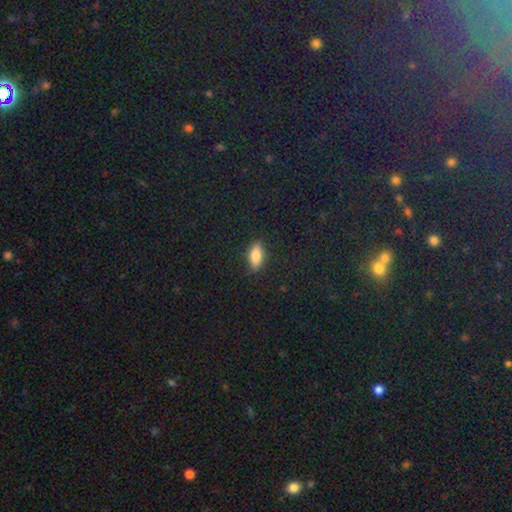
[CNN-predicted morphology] Smooth or featured?
  - smooth: 78% *
  - featured or disk: 13%
  - star or artifact: 9%
How rounded?
  - in between: 79% *
  - cigar-shaped: 17%
  - round: 4%
Merging?
  - none: 85% *
  - minor disturbance: 11%
  - major disturbance: 3%
  - merger: 1%